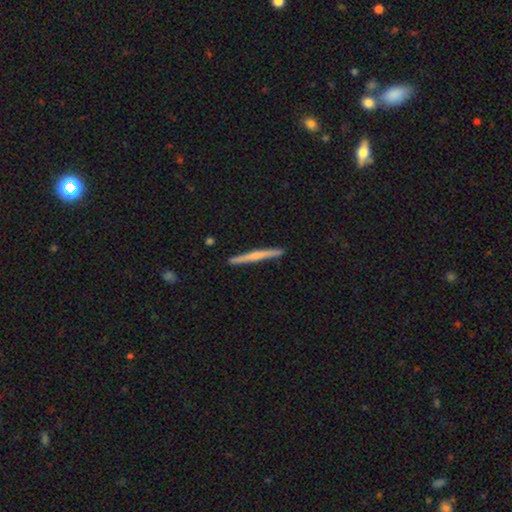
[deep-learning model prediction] A featured or disk galaxy (48%). Merging: none (91%).